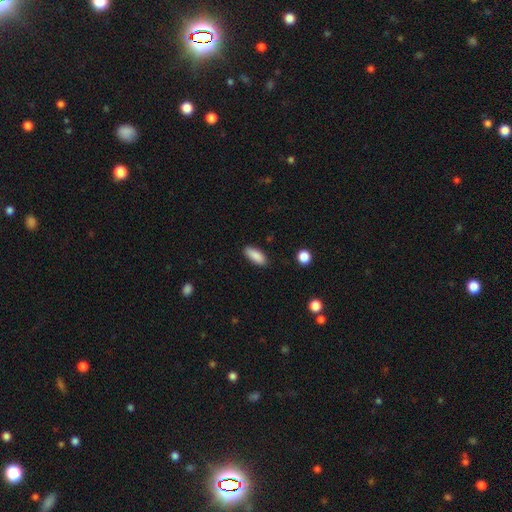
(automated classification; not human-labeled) Smooth or featured?
  - smooth: 89% *
  - star or artifact: 7%
  - featured or disk: 4%
How rounded?
  - in between: 80% *
  - cigar-shaped: 18%
  - round: 2%
Merging?
  - none: 86% *
  - minor disturbance: 10%
  - major disturbance: 2%
  - merger: 1%